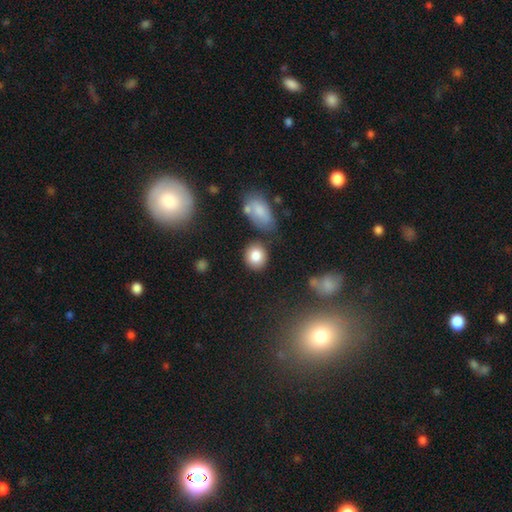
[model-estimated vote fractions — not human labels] A smooth galaxy with no disk features (84%) that is round (75%).

Vote fractions:
- Smooth or featured? smooth: 84% / star or artifact: 9% / featured or disk: 7%
- How rounded? round: 75% / in between: 24% / cigar-shaped: 1%
- Merging? none: 78% / minor disturbance: 12% / merger: 6% / major disturbance: 4%